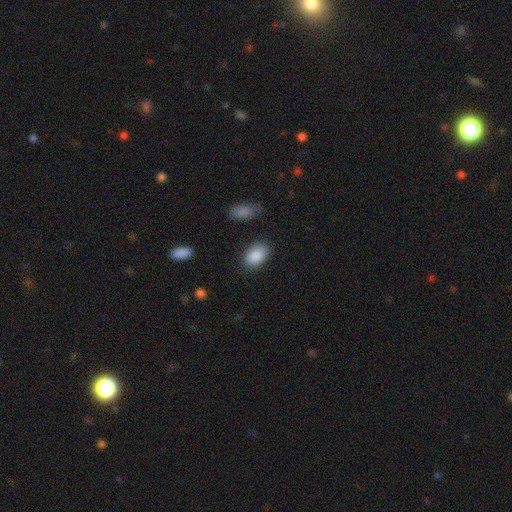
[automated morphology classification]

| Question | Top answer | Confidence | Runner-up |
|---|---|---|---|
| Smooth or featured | smooth | 89% | star or artifact (7%) |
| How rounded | in between | 90% | round (9%) |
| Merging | none | 84% | minor disturbance (11%) |